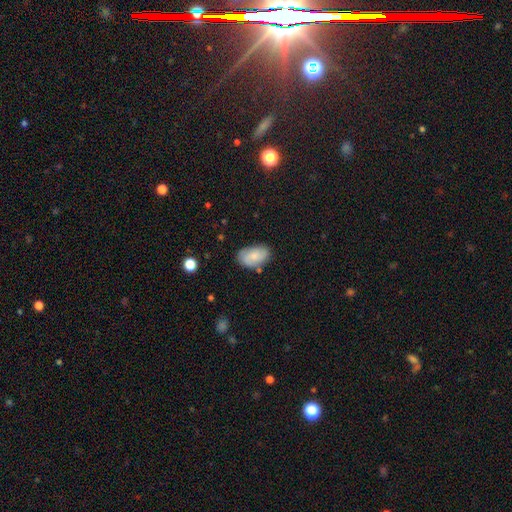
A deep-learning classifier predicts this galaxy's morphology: type=smooth (69%); roundness=in between (91%); merging=none (72%).